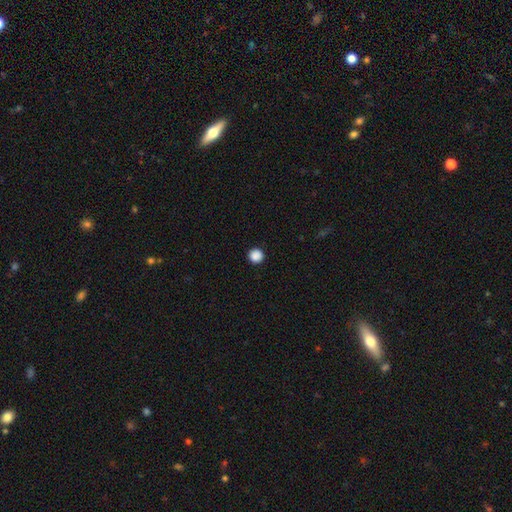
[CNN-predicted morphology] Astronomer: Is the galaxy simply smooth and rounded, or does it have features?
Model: smooth — 88%.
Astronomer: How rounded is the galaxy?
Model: round — 95%.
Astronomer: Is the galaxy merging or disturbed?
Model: none — 93%.